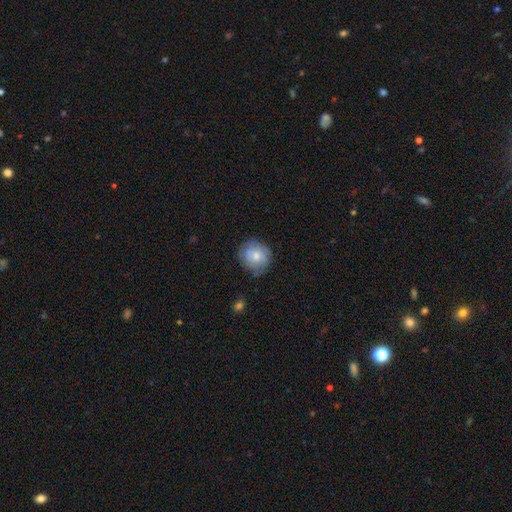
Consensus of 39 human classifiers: This appears to be a smooth galaxy with no disk features (56%) that is round (95%). Merging: none (54%).